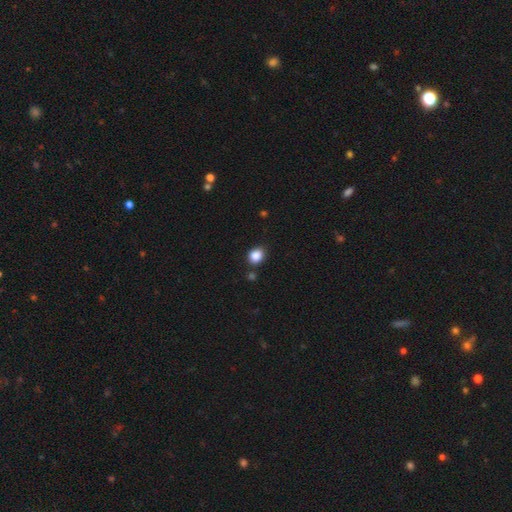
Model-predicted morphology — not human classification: Overall: smooth (87%). How rounded: round (61%; in between 38%). Merging: none (82%).